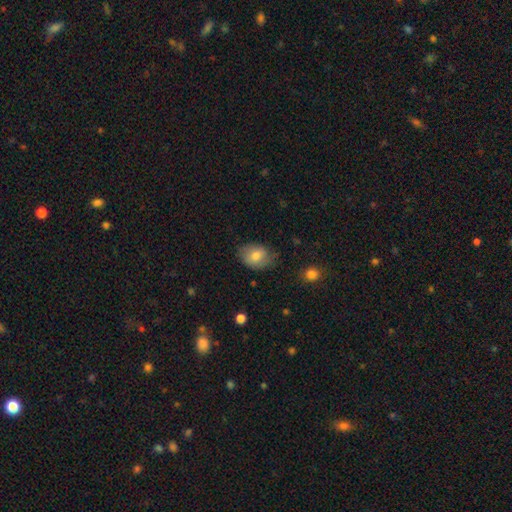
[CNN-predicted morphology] smooth-or-featured: smooth: 78% | featured or disk: 15% | star or artifact: 8%
  how-rounded: in between: 67% | round: 32% | cigar-shaped: 1%
  merging: none: 69% | minor disturbance: 24% | major disturbance: 5% | merger: 1%